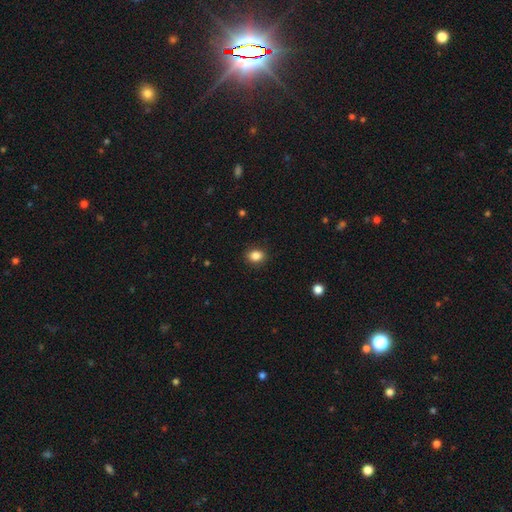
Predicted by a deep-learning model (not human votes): This appears to be a smooth galaxy with no disk features (86%) that is in between round and cigar-shaped (55%). Merging: none (89%).